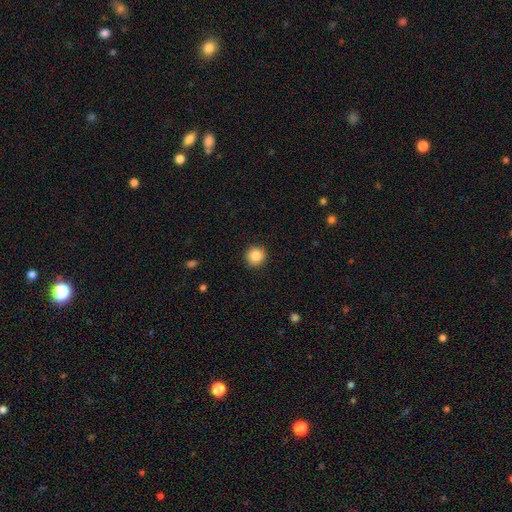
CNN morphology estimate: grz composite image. It shows a smooth galaxy with no disk features (87%) that is round (92%). Merging: none (90%).